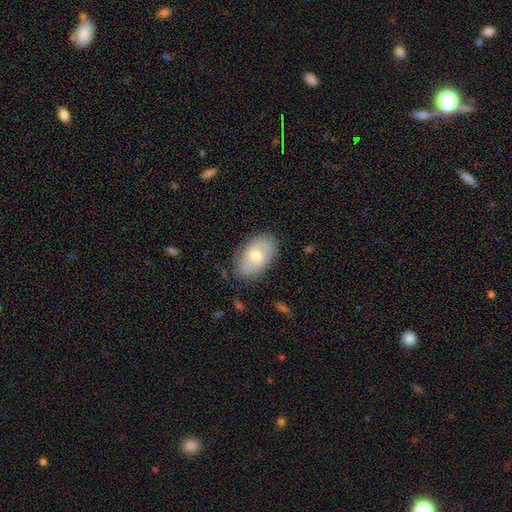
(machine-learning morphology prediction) Smooth or featured? Predicted: smooth (p=0.50). How rounded? Predicted: in between (p=0.90). Merging? Predicted: none (p=0.78).